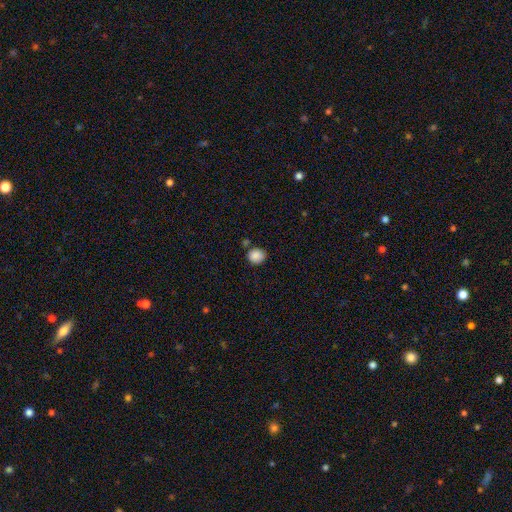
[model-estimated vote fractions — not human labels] Morphology: type=smooth (88%); roundness=round (79%); merging=none (76%).